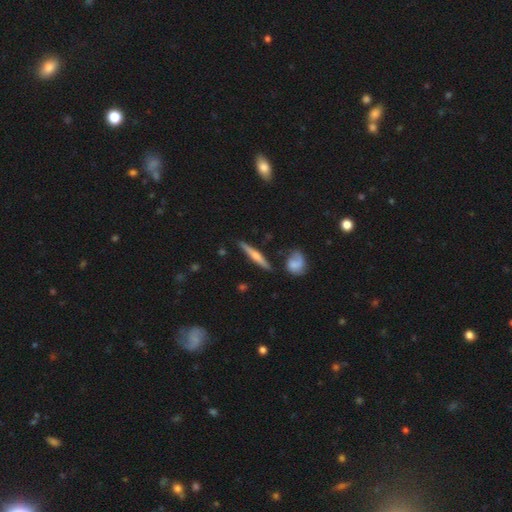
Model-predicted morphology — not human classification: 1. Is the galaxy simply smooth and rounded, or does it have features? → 59% featured or disk, 35% smooth, 6% star or artifact.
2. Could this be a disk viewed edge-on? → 96% yes, 4% no.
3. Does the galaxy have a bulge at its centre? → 80% rounded, 13% none, 7% boxy.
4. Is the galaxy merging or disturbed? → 83% none, 11% minor disturbance, 4% merger, 3% major disturbance.